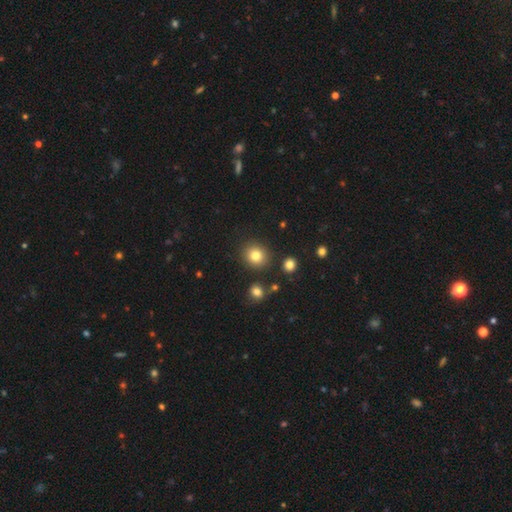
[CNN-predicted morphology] smooth-or-featured: smooth: 81% | star or artifact: 12% | featured or disk: 7%
  how-rounded: round: 84% | in between: 15% | cigar-shaped: 1%
  merging: none: 87% | minor disturbance: 7% | merger: 4% | major disturbance: 2%